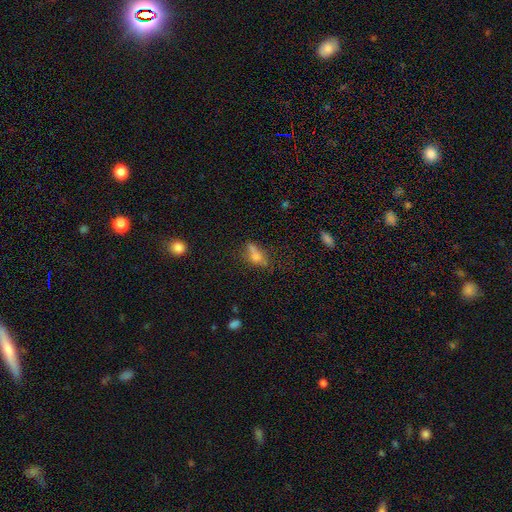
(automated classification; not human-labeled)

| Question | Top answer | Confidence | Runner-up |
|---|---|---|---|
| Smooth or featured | smooth | 55% | featured or disk (29%) |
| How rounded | in between | 60% | cigar-shaped (30%) |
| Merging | none | 46% | minor disturbance (24%) |